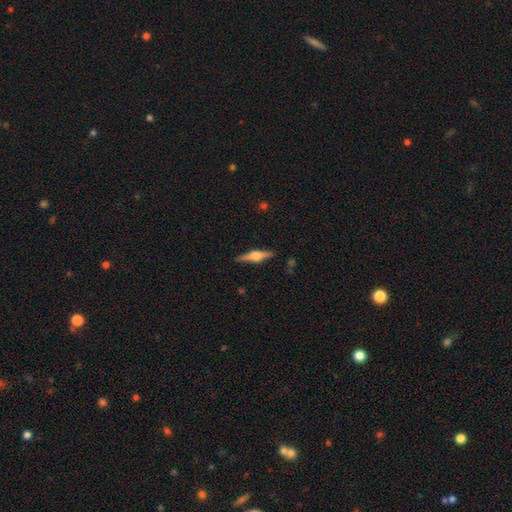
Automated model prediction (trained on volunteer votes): Q: Smooth or featured?
A: featured or disk (71%); runner-up: smooth (23%)
Q: Edge-on disk?
A: yes (97%); runner-up: no (3%)
Q: Edge-on bulge?
A: rounded (88%); runner-up: boxy (10%)
Q: Merging?
A: none (89%); runner-up: minor disturbance (8%)